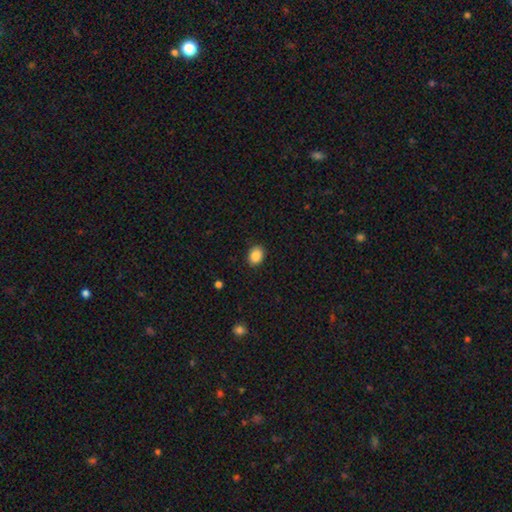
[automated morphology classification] A smooth galaxy with no disk features (88%) that is in between round and cigar-shaped (61%).

Vote fractions:
- Smooth or featured? smooth: 88% / star or artifact: 8% / featured or disk: 3%
- How rounded? in between: 61% / round: 38% / cigar-shaped: 1%
- Merging? none: 89% / minor disturbance: 8% / major disturbance: 2% / merger: 1%